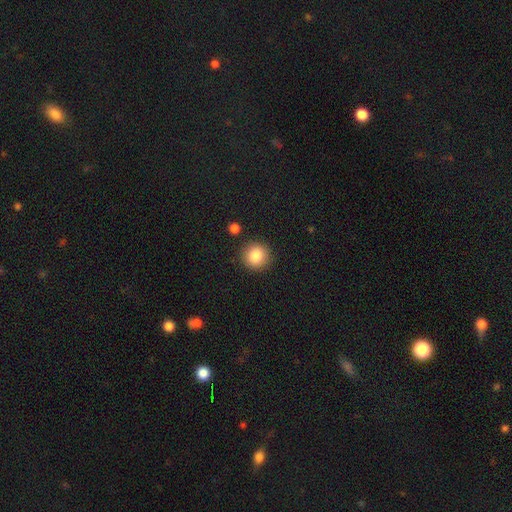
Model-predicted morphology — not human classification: Smooth or featured? smooth (84%)
How rounded? round (92%)
Merging? none (89%)